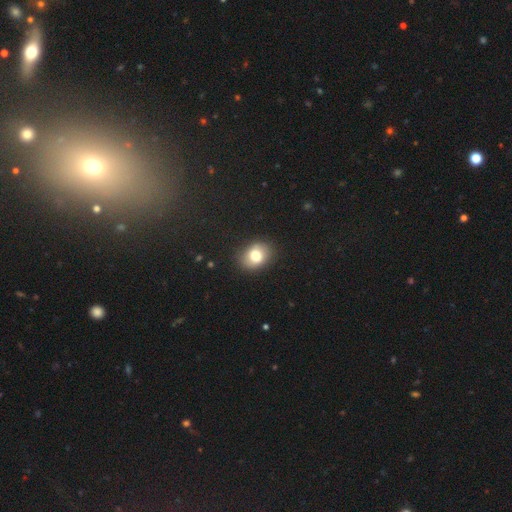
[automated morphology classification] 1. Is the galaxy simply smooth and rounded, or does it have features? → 78% smooth, 12% featured or disk, 10% star or artifact.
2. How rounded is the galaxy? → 62% in between, 37% round, 1% cigar-shaped.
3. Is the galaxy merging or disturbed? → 86% none, 10% minor disturbance, 3% major disturbance, 1% merger.